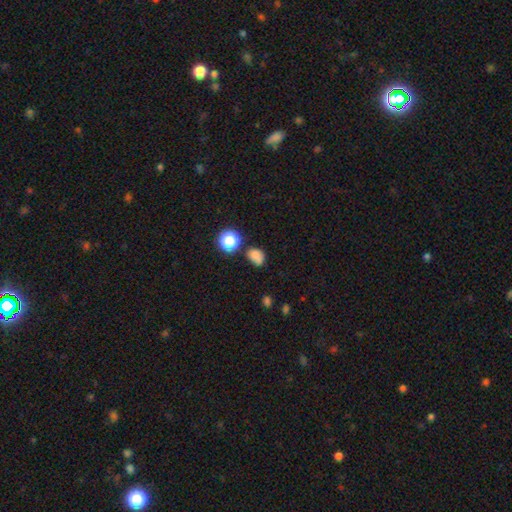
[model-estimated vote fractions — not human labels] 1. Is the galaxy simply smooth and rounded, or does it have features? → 76% smooth, 17% star or artifact, 8% featured or disk.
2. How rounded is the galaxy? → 51% in between, 47% round, 1% cigar-shaped.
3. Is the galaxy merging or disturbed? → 53% none, 23% minor disturbance, 15% merger, 9% major disturbance.